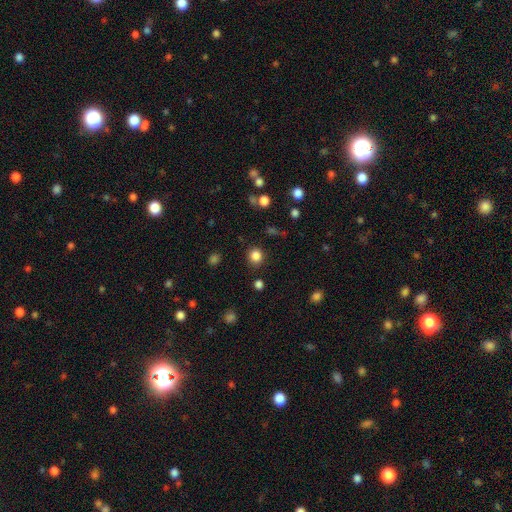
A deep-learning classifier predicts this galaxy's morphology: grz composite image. It shows a smooth galaxy with no disk features (84%) that is round (87%). Merging: none (88%).